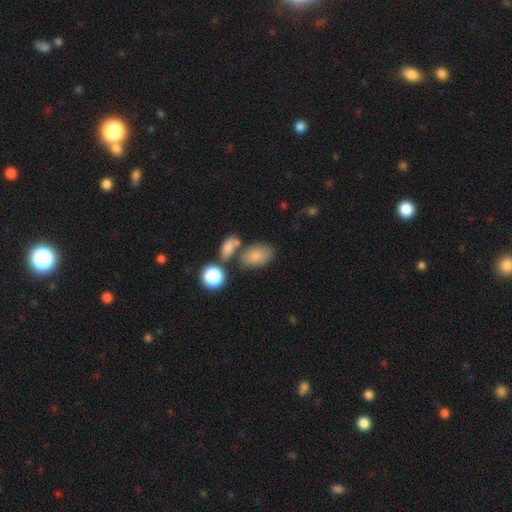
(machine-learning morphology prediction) Q: Smooth or featured?
A: smooth (80%); runner-up: featured or disk (11%)
Q: How rounded?
A: in between (88%); runner-up: round (11%)
Q: Merging?
A: none (60%); runner-up: merger (20%)